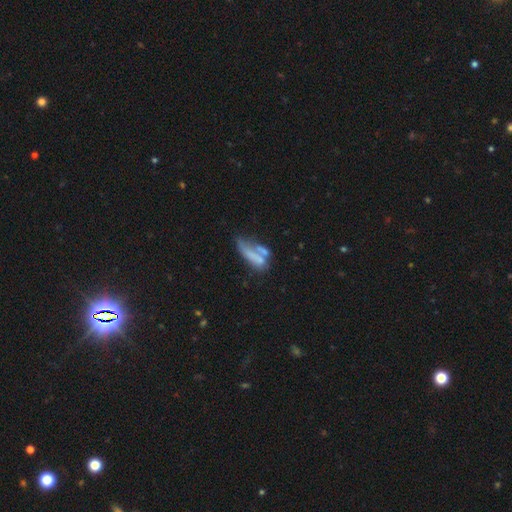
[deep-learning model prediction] smooth 53%, featured or disk 36%, star or artifact 11%. Down the decision tree: how rounded — in between (57%); merging — merger (41%).